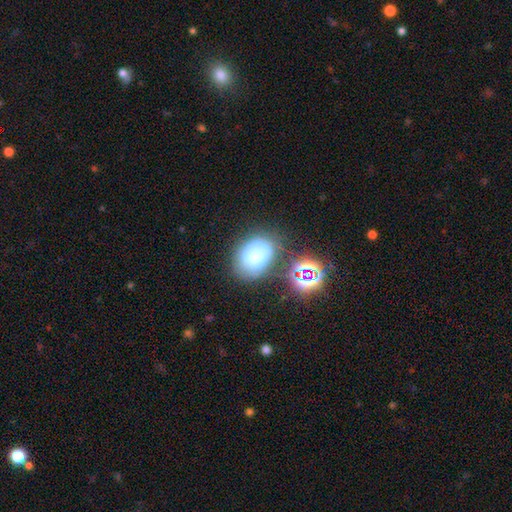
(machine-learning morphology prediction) Smooth or featured: smooth — 62% (featured or disk — 20%)
How rounded: in between — 66% (round — 33%)
Merging: none — 44% (minor disturbance — 23%)